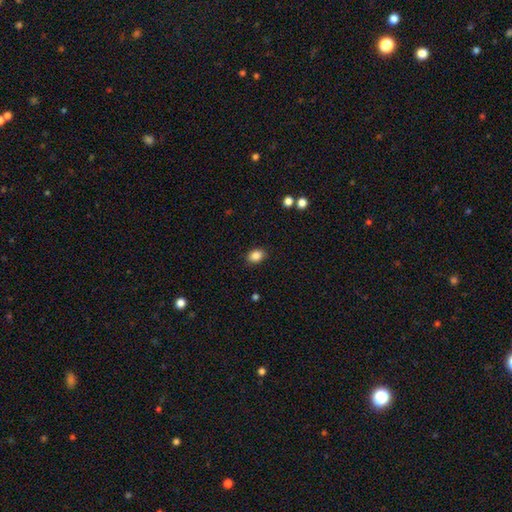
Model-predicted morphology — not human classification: A smooth galaxy with no disk features (87%) that is in between round and cigar-shaped (74%). Merging: none (88%).